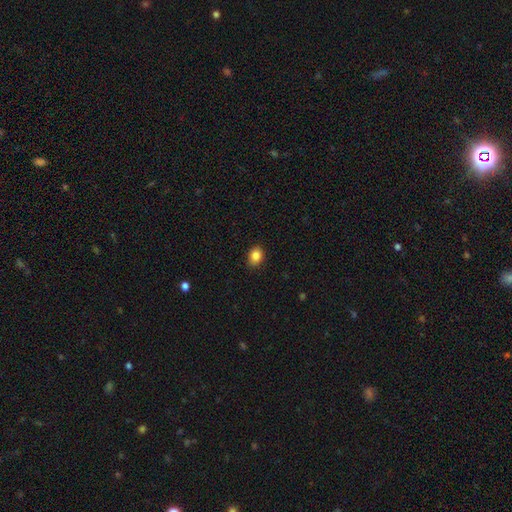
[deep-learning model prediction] The model was most divided on "how rounded": in between: 56%, round: 43%, cigar-shaped: 1%. More confident: merging — none (89%); smooth or featured — smooth (86%).